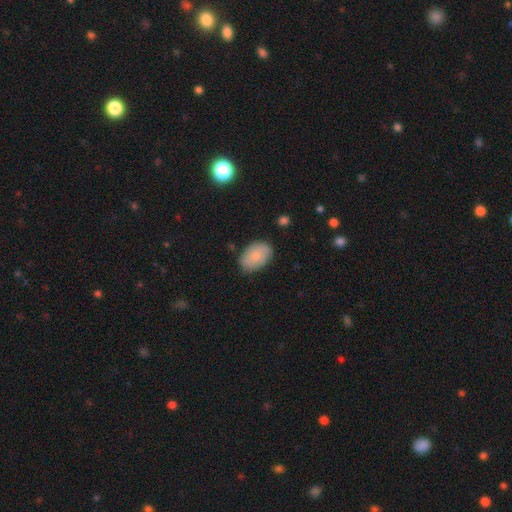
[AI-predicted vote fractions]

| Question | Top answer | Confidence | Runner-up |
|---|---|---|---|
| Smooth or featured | smooth | 80% | featured or disk (13%) |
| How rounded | in between | 89% | round (10%) |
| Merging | none | 80% | minor disturbance (15%) |